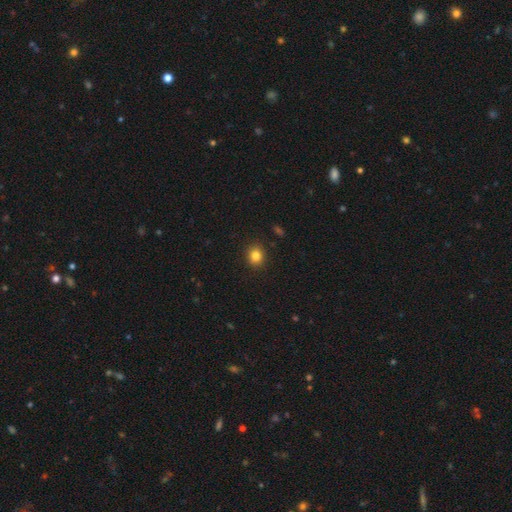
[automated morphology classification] Smooth or featured?
  - smooth: 83% *
  - star or artifact: 12%
  - featured or disk: 5%
How rounded?
  - round: 76% *
  - in between: 23%
  - cigar-shaped: 1%
Merging?
  - none: 90% *
  - minor disturbance: 7%
  - major disturbance: 2%
  - merger: 1%